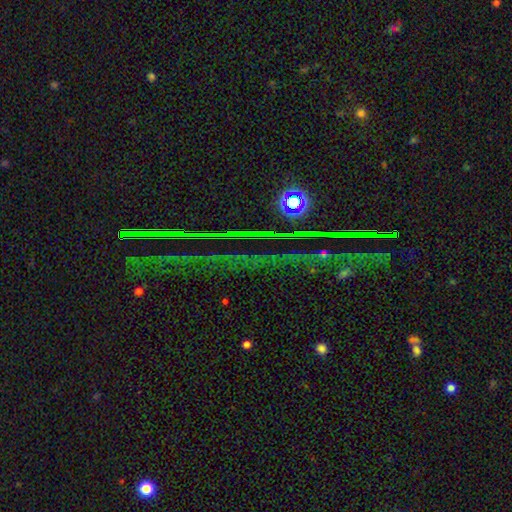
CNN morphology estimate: Overall: star or artifact (81%).